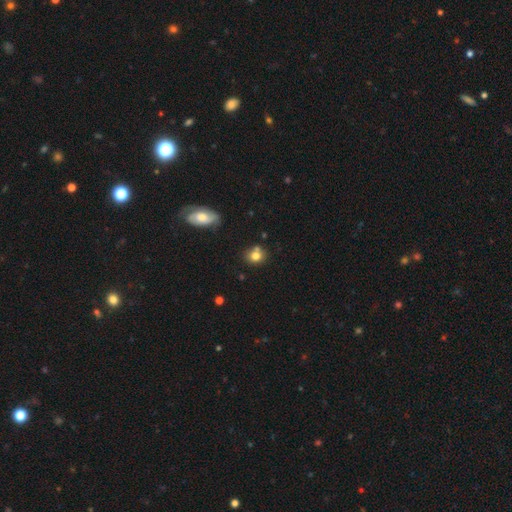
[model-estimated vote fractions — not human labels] smooth-or-featured: smooth: 77% | star or artifact: 12% | featured or disk: 10%
  how-rounded: round: 70% | in between: 28% | cigar-shaped: 1%
  merging: none: 64% | merger: 18% | minor disturbance: 14% | major disturbance: 4%